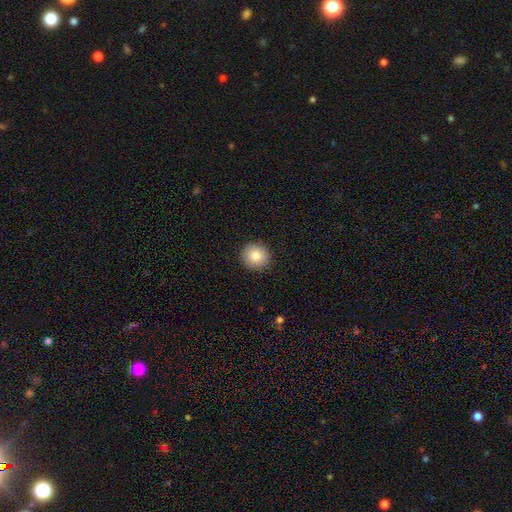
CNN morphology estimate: The model was most divided on "smooth or featured": smooth: 85%, star or artifact: 9%, featured or disk: 7%. More confident: merging — none (92%); how rounded — round (91%).